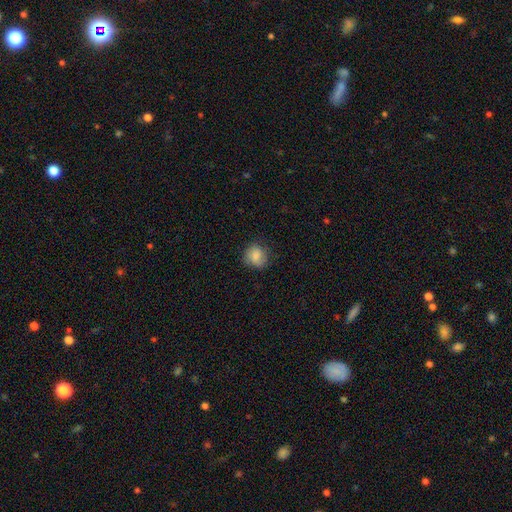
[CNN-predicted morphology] This is clearly a smooth galaxy (82%). How rounded: likely round (77%). Merging: likely none (73%).